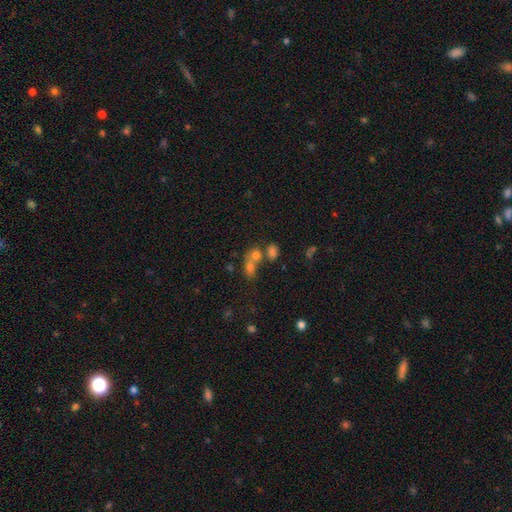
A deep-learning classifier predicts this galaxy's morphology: smooth_or_featured: smooth (p=0.70) [alt: star or artifact p=0.16]
how_rounded: in between (p=0.56) [alt: round p=0.41]
merging: merger (p=0.54) [alt: none p=0.32]